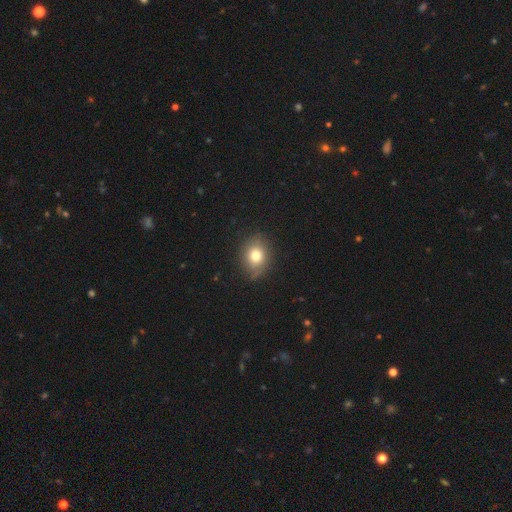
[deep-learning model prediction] smooth_or_featured: smooth (p=0.76) [alt: featured or disk p=0.13]
how_rounded: round (p=0.55) [alt: in between p=0.44]
merging: none (p=0.78) [alt: minor disturbance p=0.17]